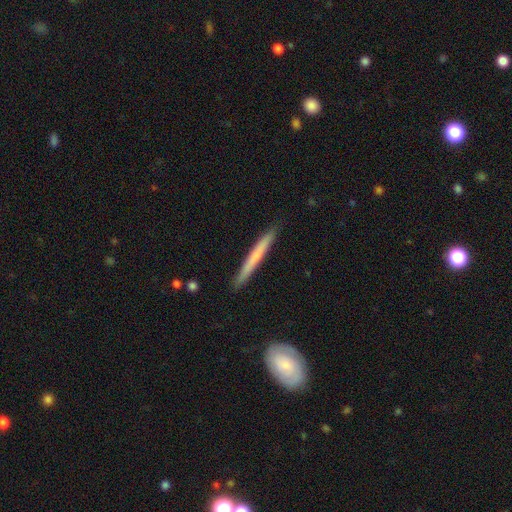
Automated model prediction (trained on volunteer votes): Smooth or featured?
  - smooth: 57% *
  - featured or disk: 38%
  - star or artifact: 5%
How rounded?
  - cigar-shaped: 97% *
  - in between: 2%
  - round: 1%
Merging?
  - none: 90% *
  - minor disturbance: 7%
  - major disturbance: 1%
  - merger: 1%